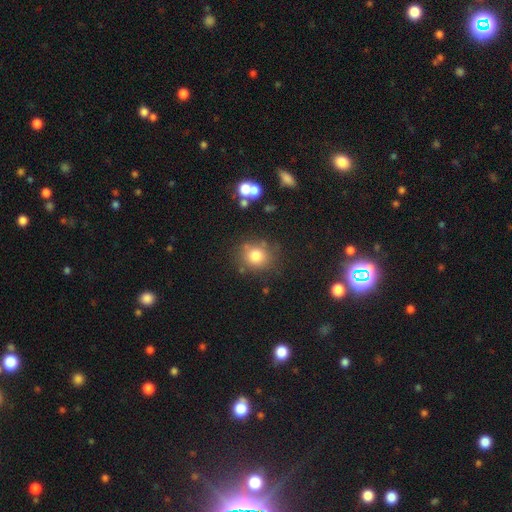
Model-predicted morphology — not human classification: Smooth or featured? Predicted: smooth (p=0.78). How rounded? Predicted: round (p=0.79). Merging? Predicted: none (p=0.76).